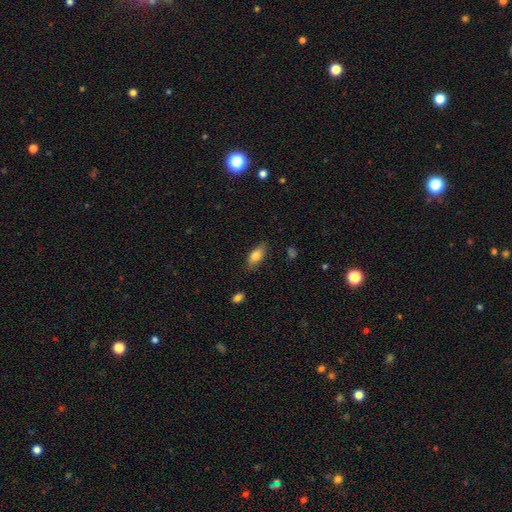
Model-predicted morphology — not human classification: Overall: smooth (80%). How rounded: in between (86%). Merging: none (81%).